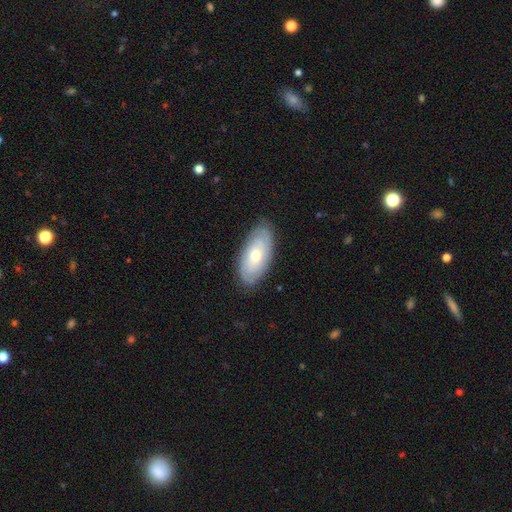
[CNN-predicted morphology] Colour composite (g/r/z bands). It shows a featured or disk galaxy (54%). Merging: none (83%).